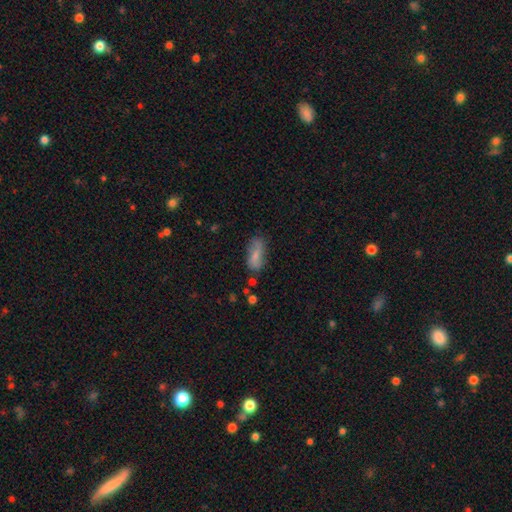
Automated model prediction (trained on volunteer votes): Q: Smooth or featured?
A: smooth (71%); runner-up: featured or disk (21%)
Q: How rounded?
A: in between (78%); runner-up: cigar-shaped (18%)
Q: Merging?
A: none (59%); runner-up: minor disturbance (26%)